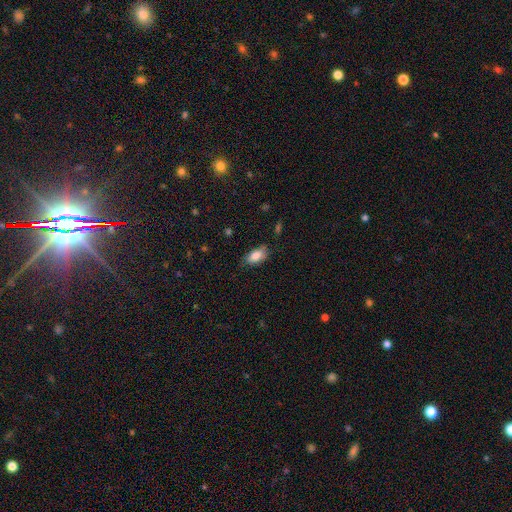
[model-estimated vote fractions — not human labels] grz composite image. It shows a smooth galaxy with no disk features (83%) that is in between round and cigar-shaped (90%). Merging: none (71%).